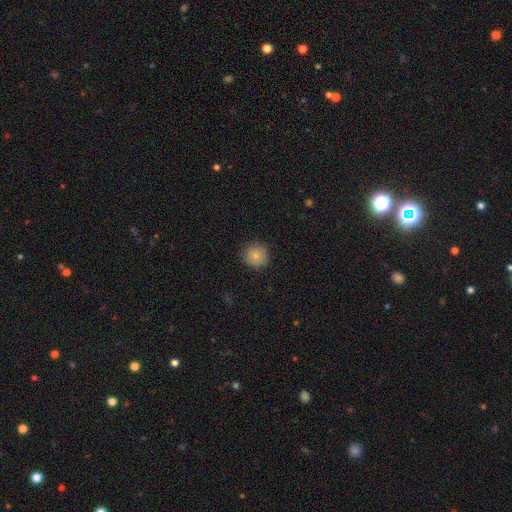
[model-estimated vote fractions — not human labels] Smooth or featured? Predicted: smooth (p=0.83). How rounded? Predicted: round (p=0.93). Merging? Predicted: none (p=0.87).